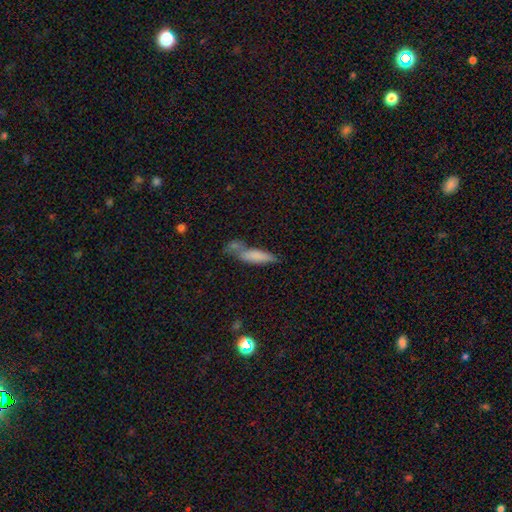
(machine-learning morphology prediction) This appears to be a smooth galaxy with no disk features (76%) that is cigar-shaped (65%). Merging: none (41%).